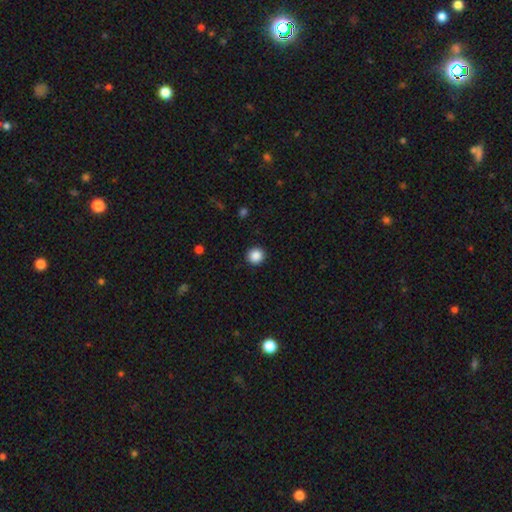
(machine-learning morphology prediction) smooth 88%, star or artifact 10%, featured or disk 3%. Down the decision tree: how rounded — round (94%); merging — none (92%).